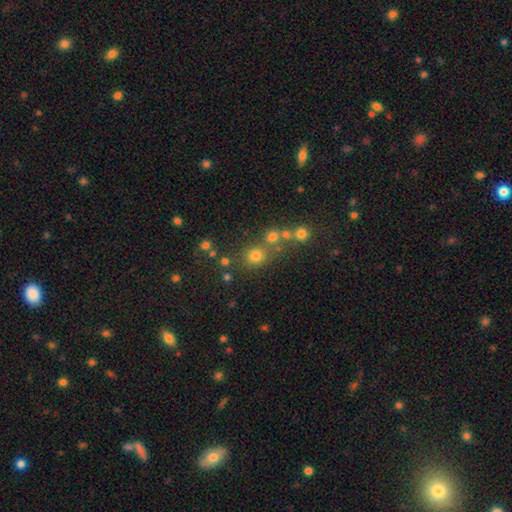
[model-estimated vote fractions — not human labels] smooth 71%, star or artifact 21%, featured or disk 8%. Down the decision tree: how rounded — round (83%); merging — none (66%).